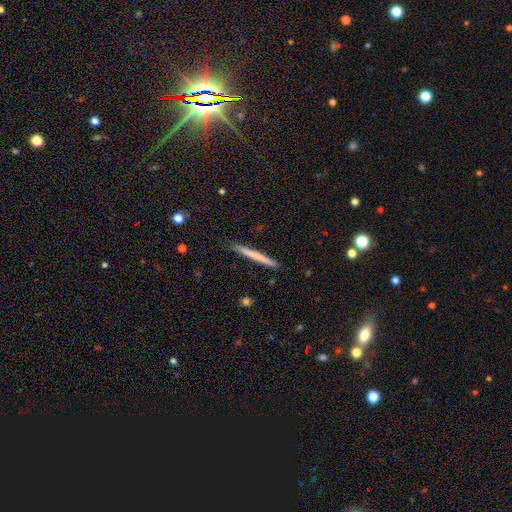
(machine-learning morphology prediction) smooth-or-featured: smooth: 61% | featured or disk: 33% | star or artifact: 6%
  how-rounded: cigar-shaped: 97% | in between: 2% | round: 1%
  merging: none: 91% | minor disturbance: 6% | major disturbance: 1% | merger: 1%